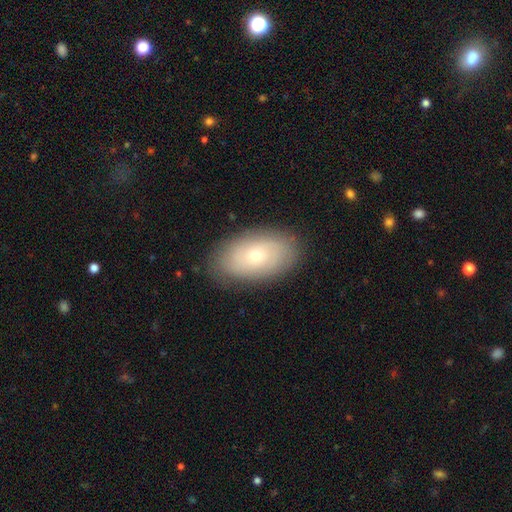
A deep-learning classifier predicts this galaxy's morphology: Smooth or featured: smooth — 57% (featured or disk — 35%)
How rounded: in between — 91% (round — 7%)
Merging: none — 84% (minor disturbance — 11%)